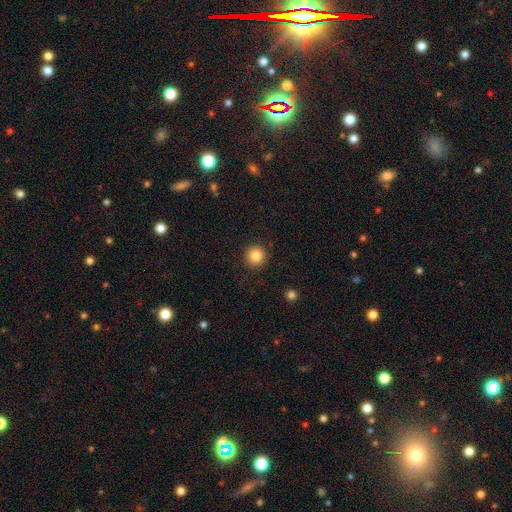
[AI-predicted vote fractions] Morphology: type=smooth (84%); roundness=round (95%); merging=none (92%).